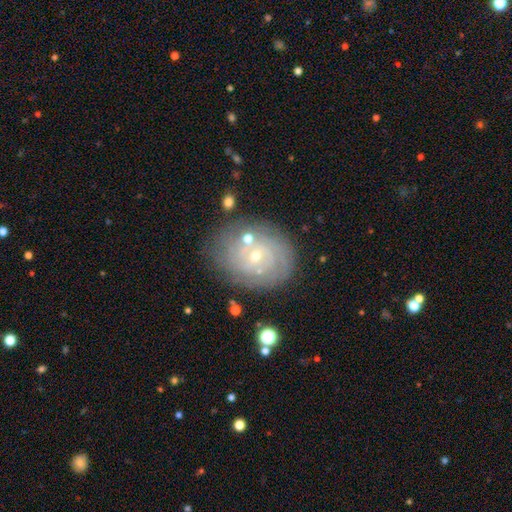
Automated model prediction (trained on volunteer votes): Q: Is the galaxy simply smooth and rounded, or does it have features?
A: featured or disk — 75%.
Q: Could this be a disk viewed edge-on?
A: no — 97%.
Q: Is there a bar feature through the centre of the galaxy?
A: no — 71%.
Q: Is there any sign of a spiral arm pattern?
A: yes — 87%.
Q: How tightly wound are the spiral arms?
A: tight — 76%.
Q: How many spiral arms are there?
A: can't tell — 47%.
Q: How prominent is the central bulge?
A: small — 72%.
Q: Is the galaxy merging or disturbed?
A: none — 75%.